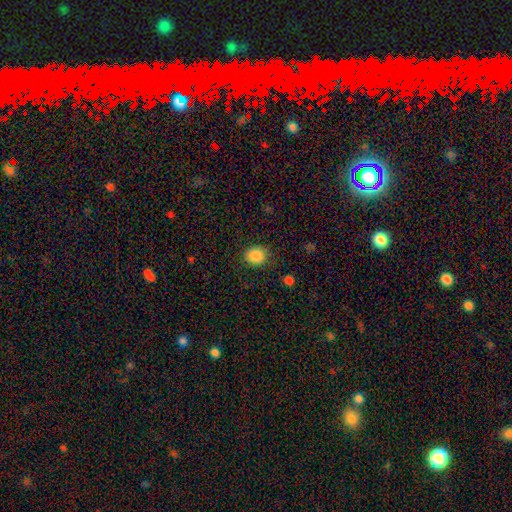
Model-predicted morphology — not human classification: smooth_or_featured: smooth (p=0.87) [alt: star or artifact p=0.09]
how_rounded: round (p=0.72) [alt: in between p=0.27]
merging: none (p=0.83) [alt: minor disturbance p=0.12]